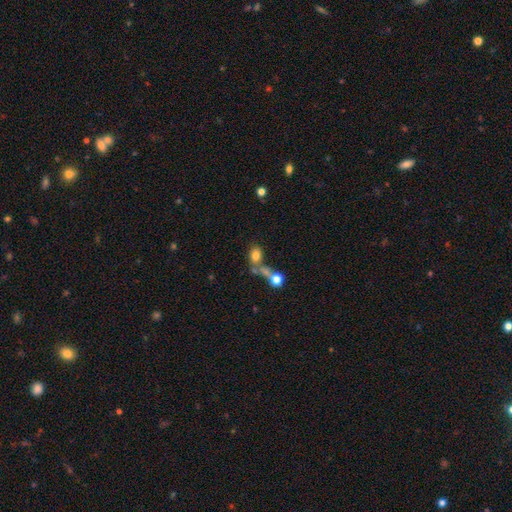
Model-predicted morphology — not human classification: Q: Smooth or featured?
A: smooth (74%); runner-up: star or artifact (13%)
Q: How rounded?
A: in between (61%); runner-up: round (36%)
Q: Merging?
A: none (41%); runner-up: merger (38%)